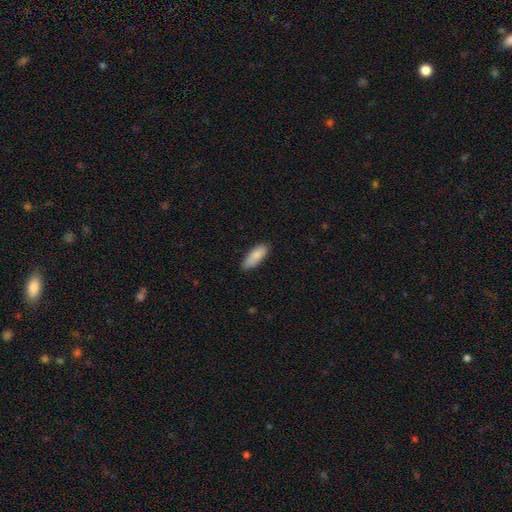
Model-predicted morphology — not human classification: Overall: smooth (86%). How rounded: in between (75%). Merging: none (81%).